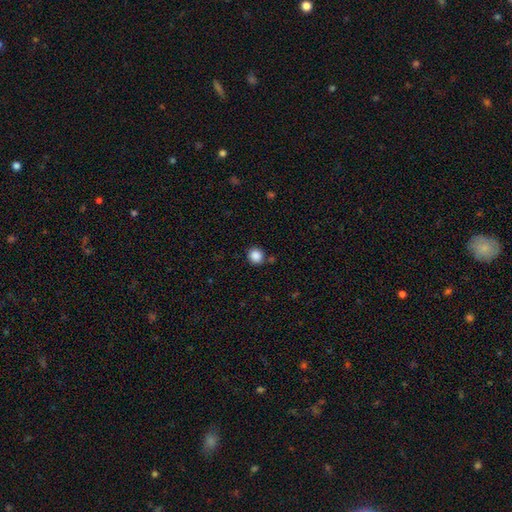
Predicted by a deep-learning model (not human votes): Smooth or featured: smooth — 87% (star or artifact — 10%)
How rounded: round — 91% (in between — 8%)
Merging: none — 85% (minor disturbance — 8%)